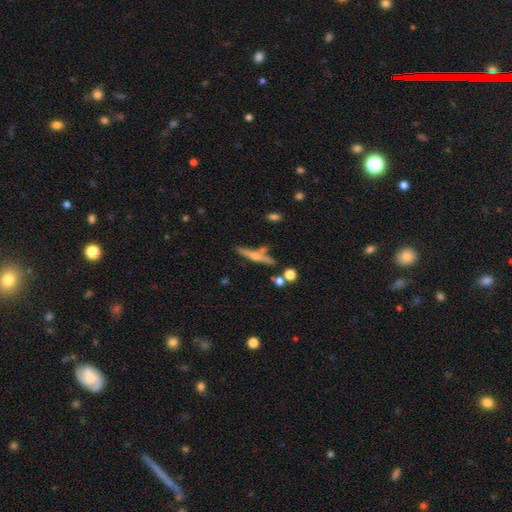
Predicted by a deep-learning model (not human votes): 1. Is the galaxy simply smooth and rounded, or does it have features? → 55% featured or disk, 36% smooth, 8% star or artifact.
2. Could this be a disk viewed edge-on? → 94% yes, 6% no.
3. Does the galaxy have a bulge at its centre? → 79% rounded, 15% none, 7% boxy.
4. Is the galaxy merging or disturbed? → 72% none, 13% minor disturbance, 12% merger, 4% major disturbance.